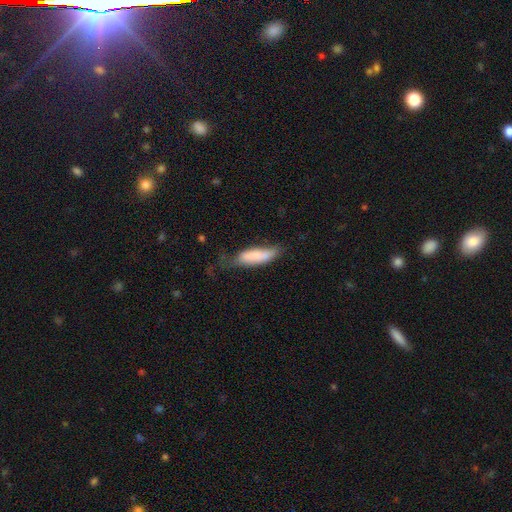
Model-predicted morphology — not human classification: smooth 76%, featured or disk 17%, star or artifact 7%. Down the decision tree: how rounded — cigar-shaped (49%, tied with in between); merging — none (38%).